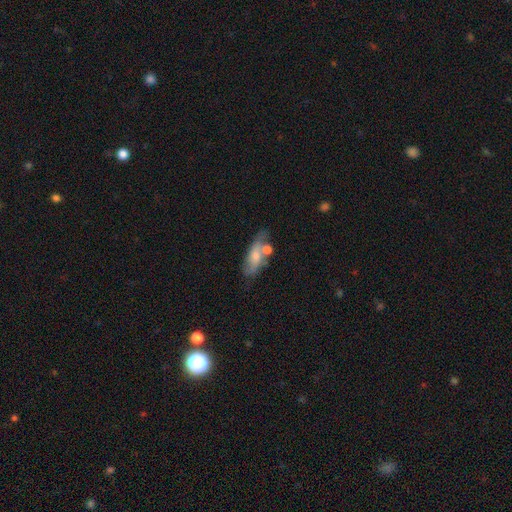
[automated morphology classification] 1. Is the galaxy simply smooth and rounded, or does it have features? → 55% smooth, 38% featured or disk, 7% star or artifact.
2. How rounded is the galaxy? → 74% in between, 22% cigar-shaped, 5% round.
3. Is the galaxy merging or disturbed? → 41% none, 26% merger, 22% minor disturbance, 11% major disturbance.